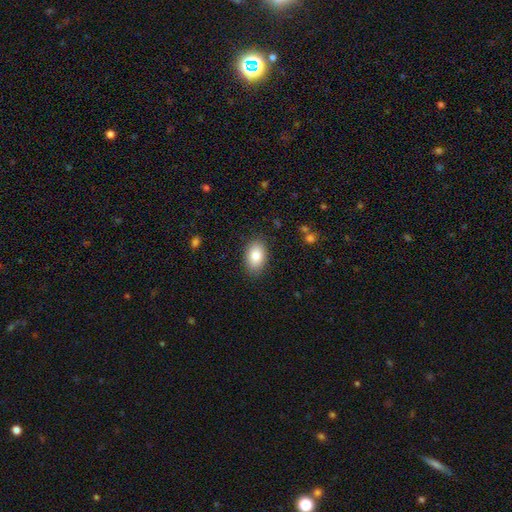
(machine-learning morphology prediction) smooth-or-featured: smooth: 84% | featured or disk: 9% | star or artifact: 7%
  how-rounded: in between: 91% | round: 8% | cigar-shaped: 1%
  merging: none: 87% | minor disturbance: 10% | major disturbance: 2% | merger: 1%